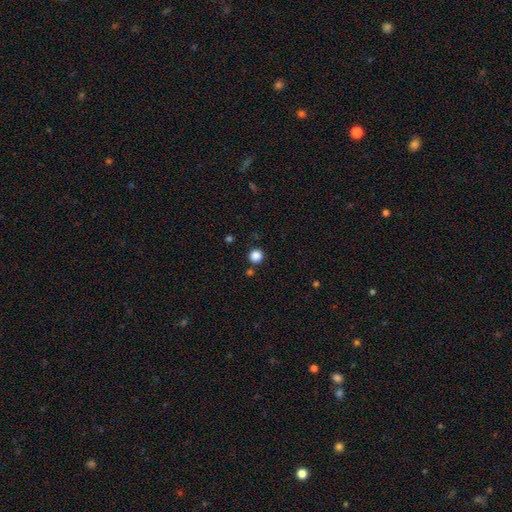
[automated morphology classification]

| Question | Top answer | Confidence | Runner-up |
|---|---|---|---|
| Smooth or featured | smooth | 85% | star or artifact (12%) |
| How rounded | round | 93% | in between (6%) |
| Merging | none | 86% | minor disturbance (6%) |